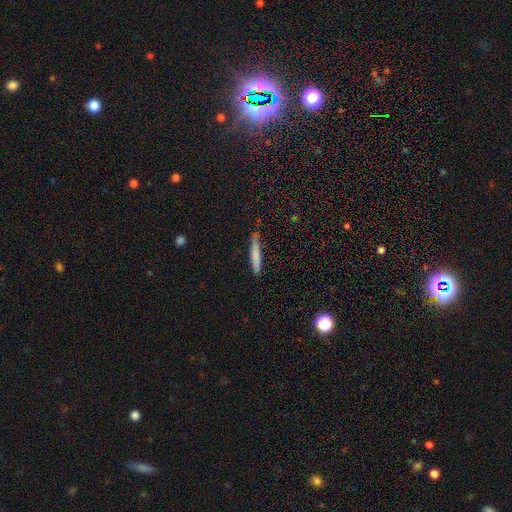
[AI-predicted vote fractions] A smooth galaxy with no disk features (74%) that is cigar-shaped (94%).

Vote fractions:
- Smooth or featured? smooth: 74% / featured or disk: 20% / star or artifact: 6%
- How rounded? cigar-shaped: 94% / in between: 5% / round: 1%
- Merging? none: 76% / minor disturbance: 19% / major disturbance: 3% / merger: 2%